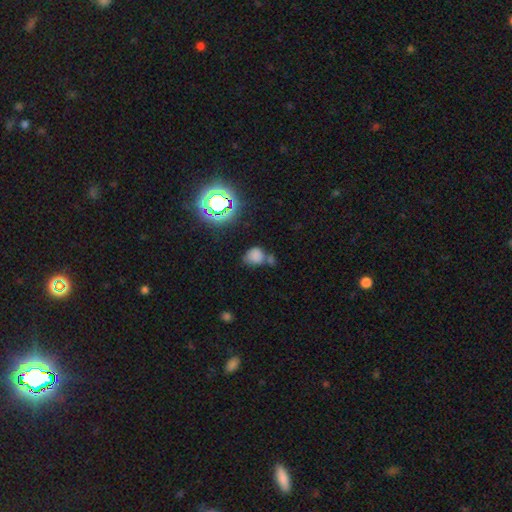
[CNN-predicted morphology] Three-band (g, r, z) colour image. It shows a smooth galaxy with no disk features (70%) that is round (55%). Merging: none (41%).